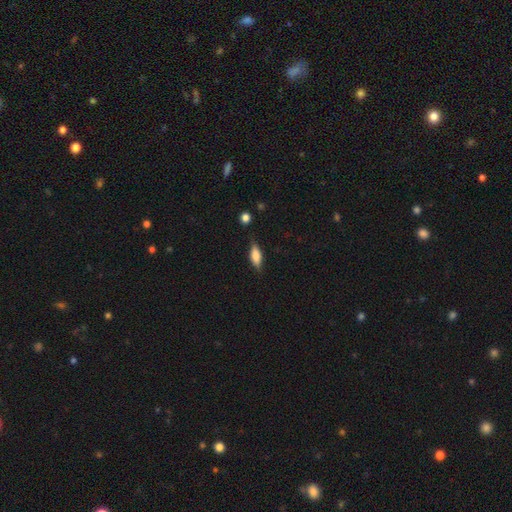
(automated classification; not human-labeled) A smooth galaxy with no disk features (66%) that is in between round and cigar-shaped (67%). Merging: none (77%).